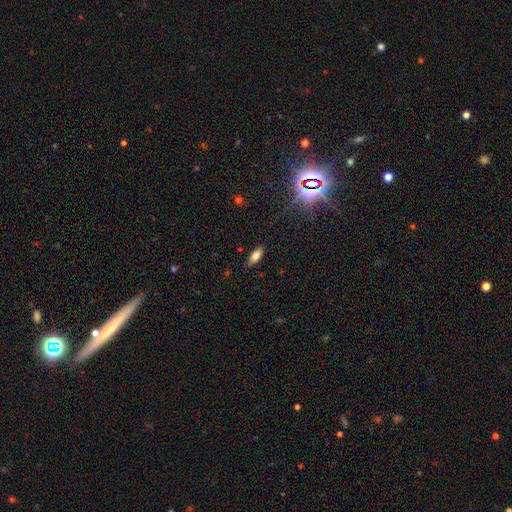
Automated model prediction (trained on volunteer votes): The model was most divided on "how rounded": in between: 78%, cigar-shaped: 19%, round: 2%. More confident: merging — none (86%); smooth or featured — smooth (77%).